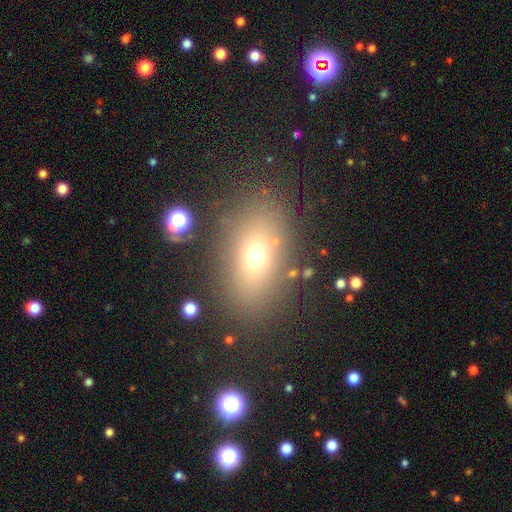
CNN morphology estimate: smooth-or-featured: smooth: 66% | star or artifact: 18% | featured or disk: 16%
  how-rounded: in between: 75% | round: 22% | cigar-shaped: 3%
  merging: none: 80% | minor disturbance: 10% | major disturbance: 6% | merger: 4%